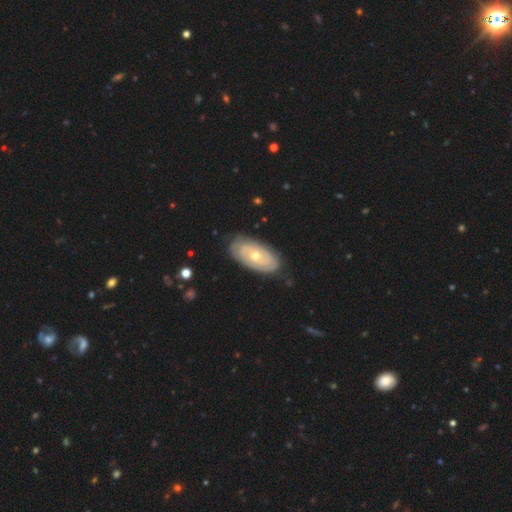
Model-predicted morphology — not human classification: This is likely a featured or disk galaxy (71%). It is clearly not viewed edge-on (92%). Bar: clearly no (82%). Spiral arm pattern: likely yes (74%). Central bulge: possibly moderate (50%). Merging: clearly none (82%).